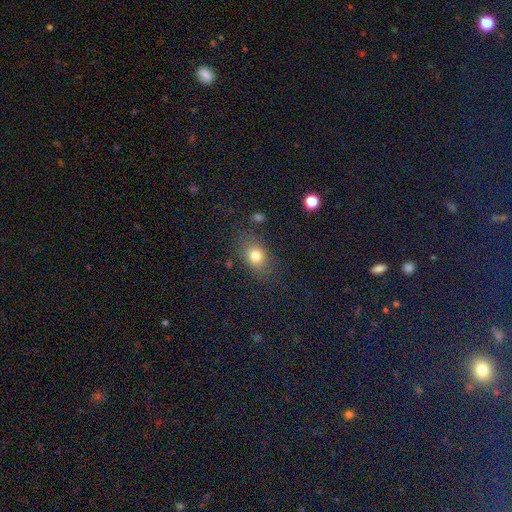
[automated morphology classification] type=smooth (77%); roundness=in between (58%); merging=none (76%).